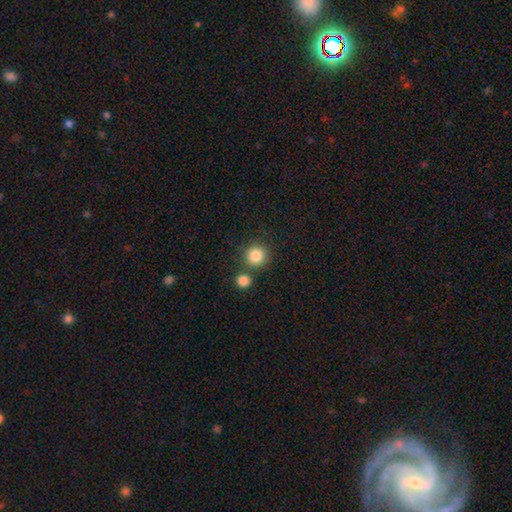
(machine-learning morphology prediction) Smooth or featured? Predicted: smooth (p=0.85). How rounded? Predicted: round (p=0.93). Merging? Predicted: none (p=0.75).